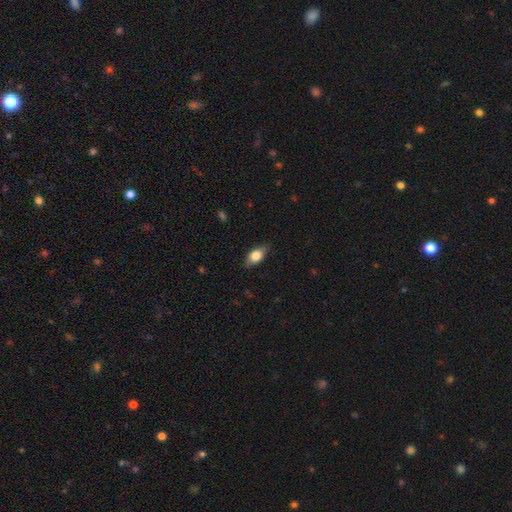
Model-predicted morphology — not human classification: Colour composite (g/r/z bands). It shows a smooth galaxy with no disk features (75%) that is in between round and cigar-shaped (86%). Merging: none (80%).